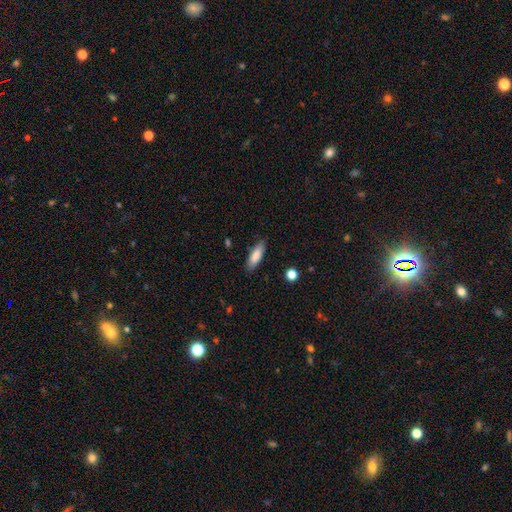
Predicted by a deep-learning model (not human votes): Q: Smooth or featured?
A: smooth (85%); runner-up: featured or disk (9%)
Q: How rounded?
A: in between (56%); runner-up: cigar-shaped (42%)
Q: Merging?
A: none (85%); runner-up: minor disturbance (11%)